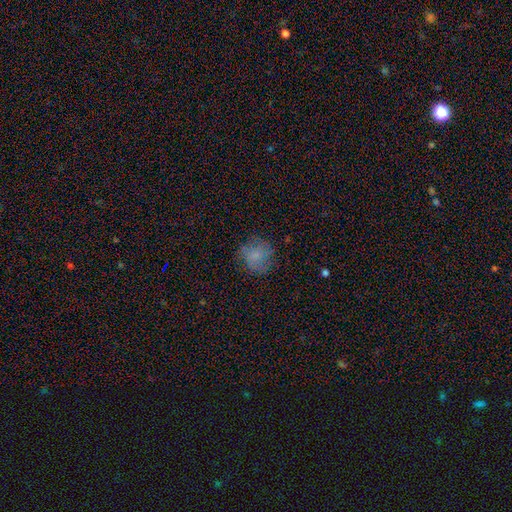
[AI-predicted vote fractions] Smooth or featured: smooth — 70% (featured or disk — 18%)
How rounded: round — 85% (in between — 14%)
Merging: none — 72% (minor disturbance — 18%)